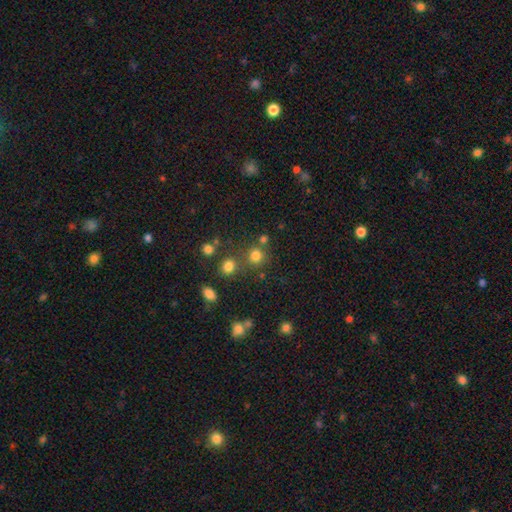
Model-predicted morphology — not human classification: This is likely a smooth galaxy (77%). How rounded: clearly round (87%). Merging: likely none (69%).